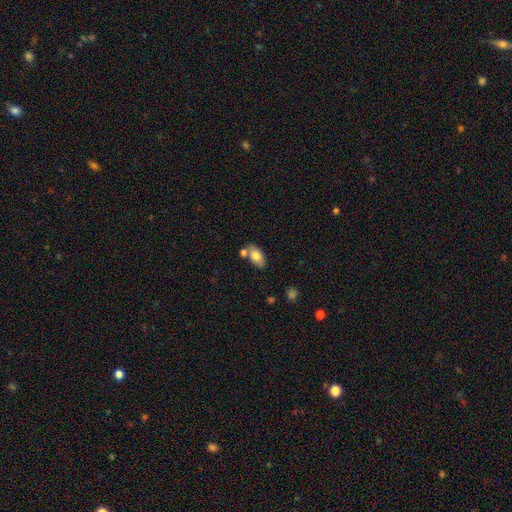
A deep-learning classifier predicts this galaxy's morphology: smooth-or-featured: smooth: 78% | featured or disk: 15% | star or artifact: 7%
  how-rounded: in between: 91% | round: 6% | cigar-shaped: 2%
  merging: none: 63% | merger: 19% | minor disturbance: 15% | major disturbance: 4%